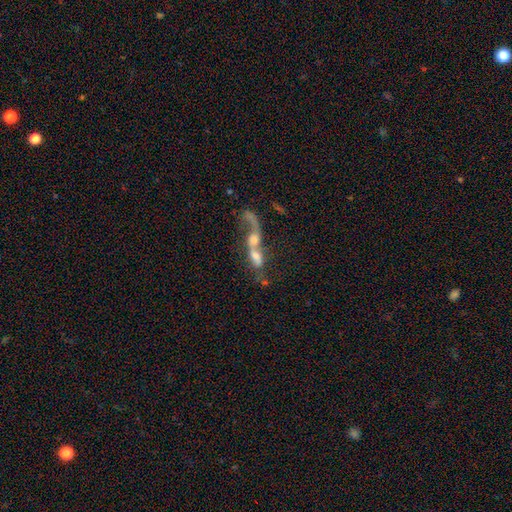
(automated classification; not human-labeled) Smooth or featured? featured or disk (52%)
Edge-on disk? no (84%)
Merging? merger (74%)